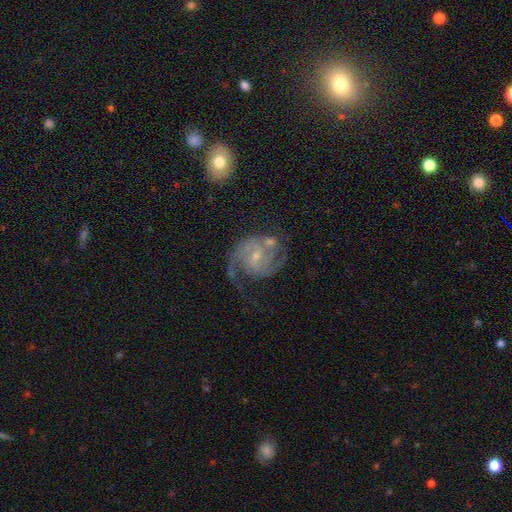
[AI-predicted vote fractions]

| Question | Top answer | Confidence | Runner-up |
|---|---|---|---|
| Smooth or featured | featured or disk | 86% | smooth (8%) |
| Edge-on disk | no | 98% | yes (2%) |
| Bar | weak | 49% | no (38%) |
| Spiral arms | yes | 96% | no (4%) |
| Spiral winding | medium | 51% | tight (27%) |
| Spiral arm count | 2 | 70% | can't tell (10%) |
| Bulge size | small | 70% | moderate (23%) |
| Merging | none | 54% | minor disturbance (18%) |